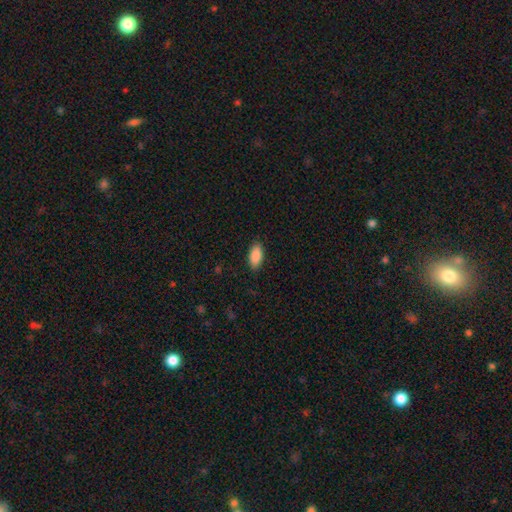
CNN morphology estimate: Smooth or featured? Predicted: smooth (p=0.89). How rounded? Predicted: in between (p=0.91). Merging? Predicted: none (p=0.88).